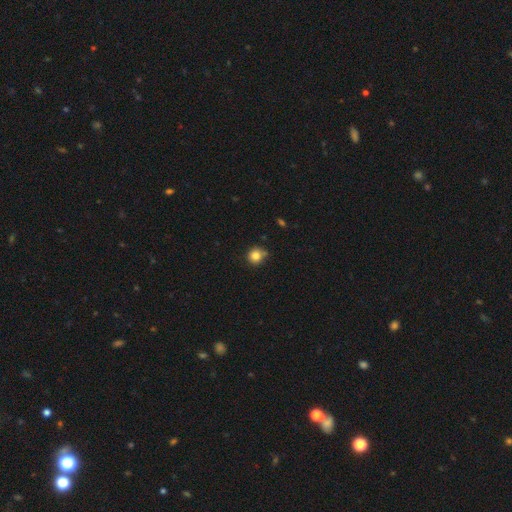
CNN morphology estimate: Smooth or featured: smooth — 82% (star or artifact — 12%)
How rounded: round — 91% (in between — 8%)
Merging: none — 76% (minor disturbance — 17%)